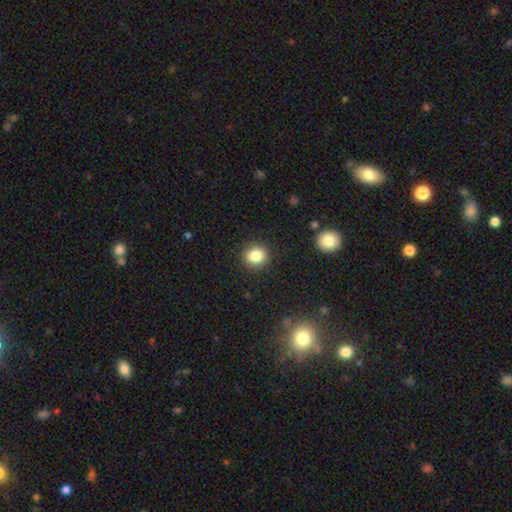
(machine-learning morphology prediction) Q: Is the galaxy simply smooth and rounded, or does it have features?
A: smooth — 84%.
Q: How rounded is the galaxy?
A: round — 84%.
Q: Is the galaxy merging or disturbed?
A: none — 91%.